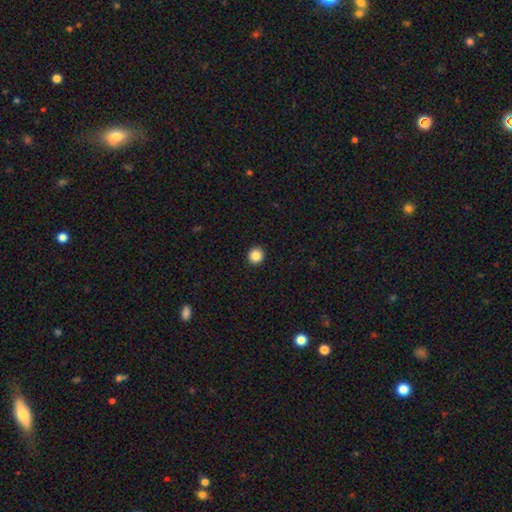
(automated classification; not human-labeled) The model was most divided on "smooth or featured": smooth: 86%, star or artifact: 10%, featured or disk: 4%. More confident: merging — none (94%); how rounded — round (93%).